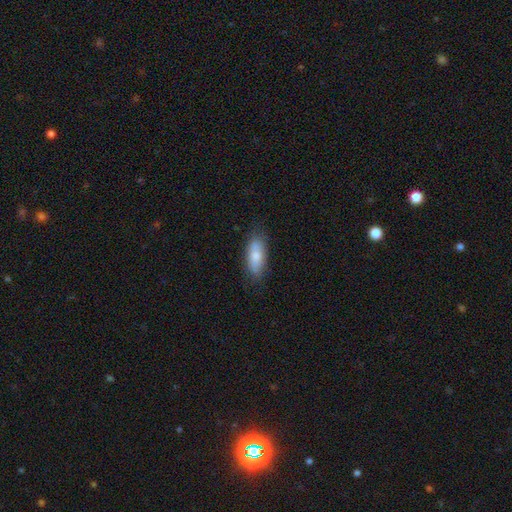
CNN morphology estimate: Q: Smooth or featured?
A: smooth (78%); runner-up: featured or disk (16%)
Q: How rounded?
A: in between (80%); runner-up: cigar-shaped (18%)
Q: Merging?
A: none (79%); runner-up: minor disturbance (16%)